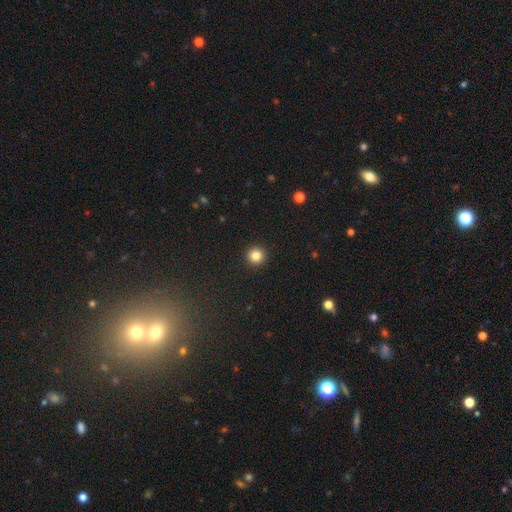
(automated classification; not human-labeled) Q: Smooth or featured?
A: smooth (84%); runner-up: star or artifact (11%)
Q: How rounded?
A: round (96%); runner-up: in between (3%)
Q: Merging?
A: none (94%); runner-up: minor disturbance (4%)